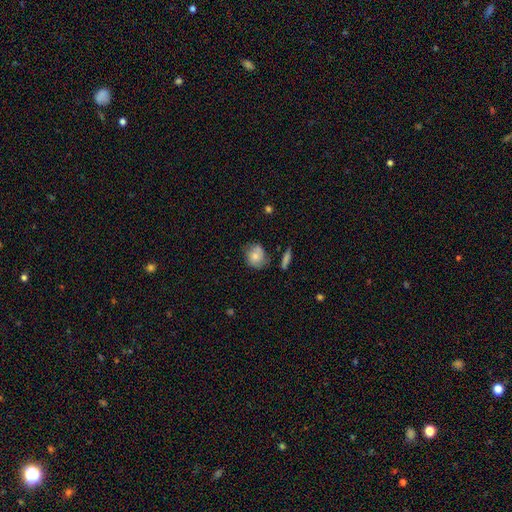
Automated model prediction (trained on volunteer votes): Q: Smooth or featured?
A: smooth (69%); runner-up: featured or disk (22%)
Q: How rounded?
A: round (66%); runner-up: in between (33%)
Q: Merging?
A: none (58%); runner-up: minor disturbance (27%)